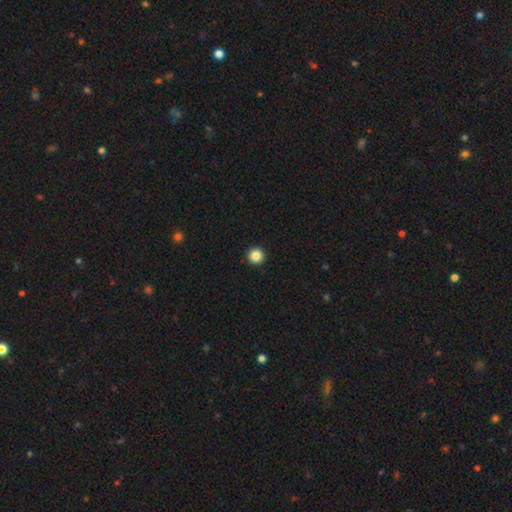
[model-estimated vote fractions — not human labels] Morphology: type=smooth (86%); roundness=round (97%); merging=none (94%).